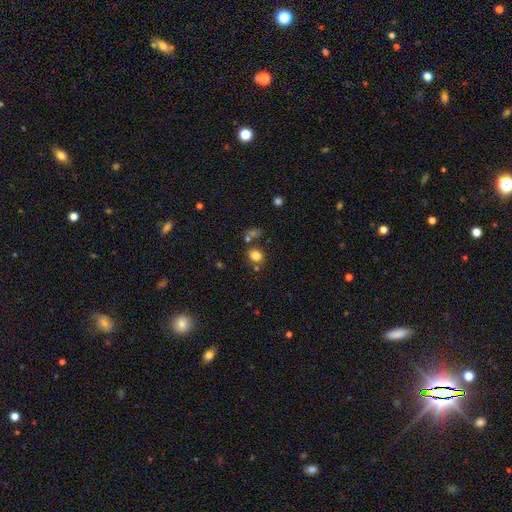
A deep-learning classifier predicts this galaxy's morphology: This appears to be a smooth galaxy with no disk features (80%) that is round (73%). Merging: none (71%).